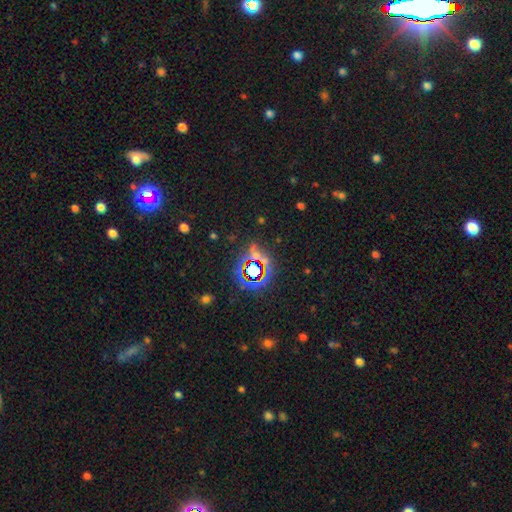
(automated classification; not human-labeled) star or artifact 72%, smooth 19%, featured or disk 9%.